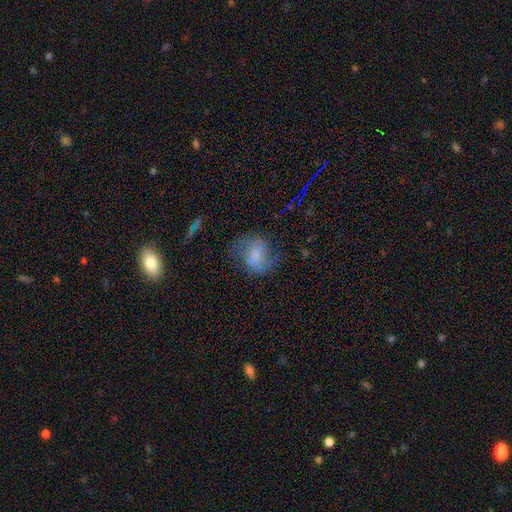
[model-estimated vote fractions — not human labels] Smooth or featured? Predicted: smooth (p=0.48). Merging? Predicted: none (p=0.53).